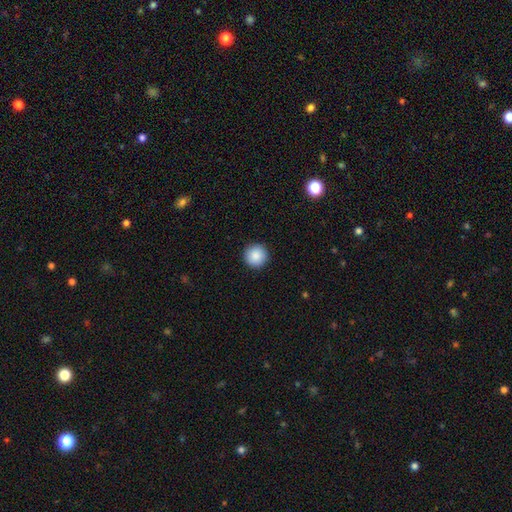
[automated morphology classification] Overall: smooth (88%). How rounded: round (96%). Merging: none (93%).